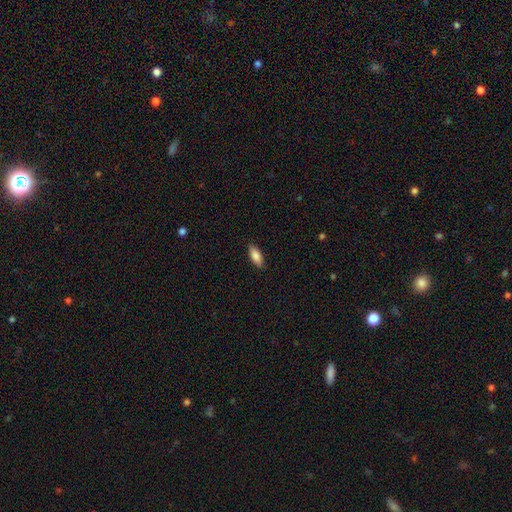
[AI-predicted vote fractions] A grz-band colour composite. It shows a smooth galaxy with no disk features (84%) that is in between round and cigar-shaped (77%). Merging: none (88%).